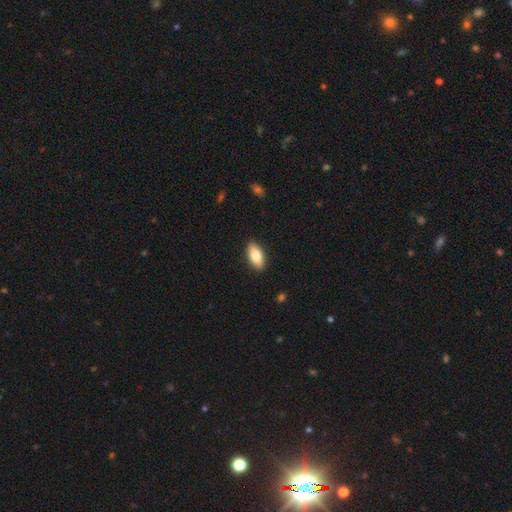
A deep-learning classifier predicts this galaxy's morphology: This is clearly a smooth galaxy (81%). How rounded: clearly in between (88%). Merging: clearly none (89%).